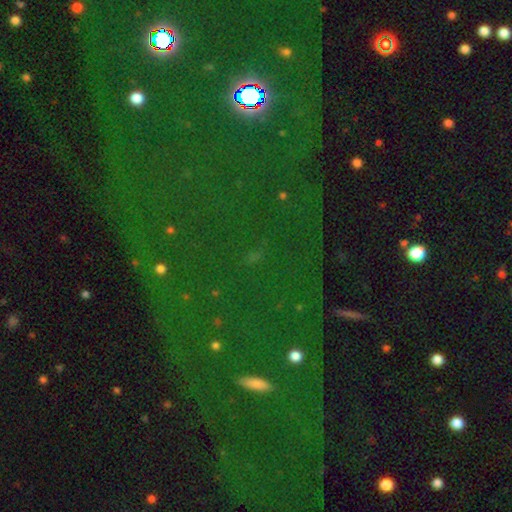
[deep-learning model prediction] Smooth or featured?
  - star or artifact: 78% *
  - smooth: 12%
  - featured or disk: 10%